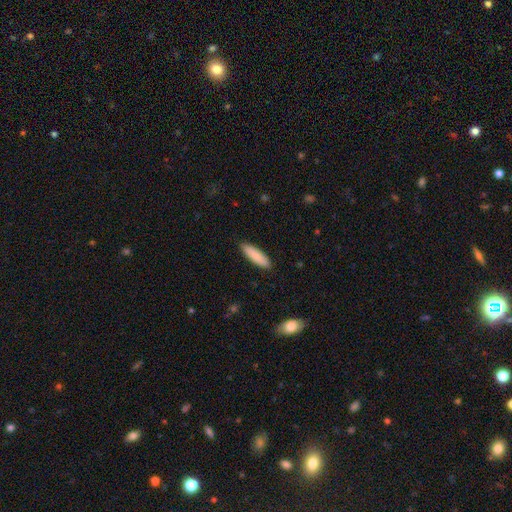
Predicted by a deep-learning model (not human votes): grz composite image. It shows a smooth galaxy with no disk features (88%) that is cigar-shaped (61%). Merging: none (89%).